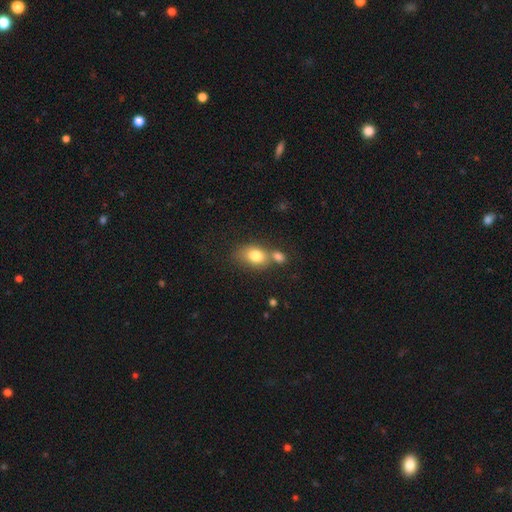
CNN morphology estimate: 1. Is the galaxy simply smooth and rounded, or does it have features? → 78% smooth, 12% featured or disk, 9% star or artifact.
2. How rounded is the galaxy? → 67% in between, 32% round, 1% cigar-shaped.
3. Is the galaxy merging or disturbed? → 42% none, 39% merger, 13% minor disturbance, 5% major disturbance.